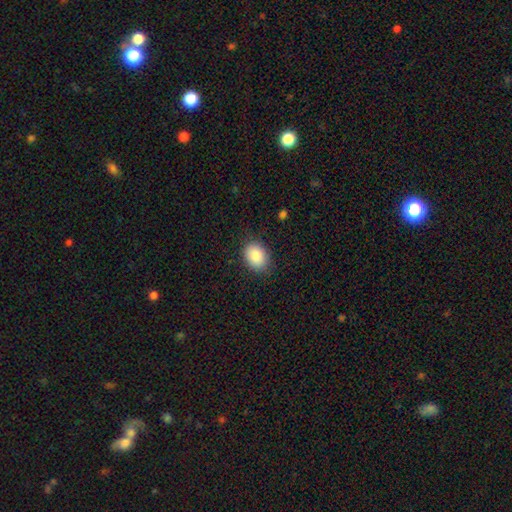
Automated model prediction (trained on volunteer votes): smooth-or-featured: smooth: 88% | star or artifact: 7% | featured or disk: 4%
  how-rounded: in between: 66% | round: 33% | cigar-shaped: 1%
  merging: none: 85% | minor disturbance: 11% | major disturbance: 3% | merger: 1%